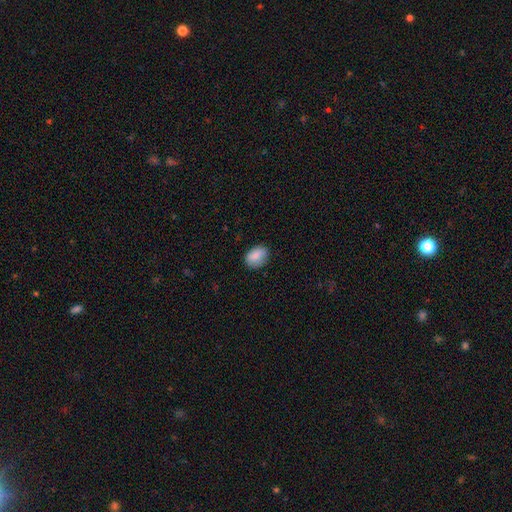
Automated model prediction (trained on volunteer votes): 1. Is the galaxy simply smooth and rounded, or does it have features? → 85% smooth, 8% star or artifact, 7% featured or disk.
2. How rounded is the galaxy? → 77% in between, 22% round, 2% cigar-shaped.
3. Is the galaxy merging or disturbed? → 76% none, 19% minor disturbance, 4% major disturbance, 1% merger.